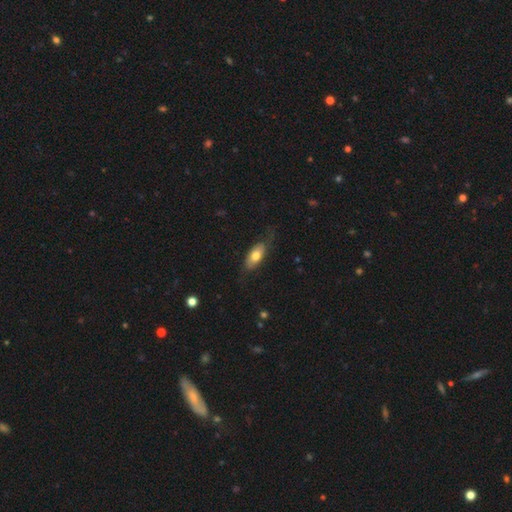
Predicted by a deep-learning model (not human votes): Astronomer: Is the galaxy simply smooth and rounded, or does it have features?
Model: smooth — 68%.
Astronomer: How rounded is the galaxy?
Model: in between — 84%.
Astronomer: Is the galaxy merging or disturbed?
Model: none — 64%.